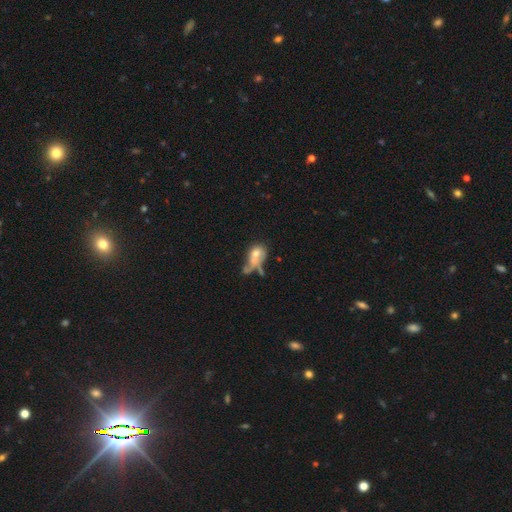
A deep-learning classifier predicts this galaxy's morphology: Smooth or featured?
  - smooth: 59% *
  - featured or disk: 30%
  - star or artifact: 11%
How rounded?
  - in between: 72% *
  - round: 24%
  - cigar-shaped: 4%
Merging?
  - merger: 38% *
  - major disturbance: 26%
  - none: 19%
  - minor disturbance: 16%